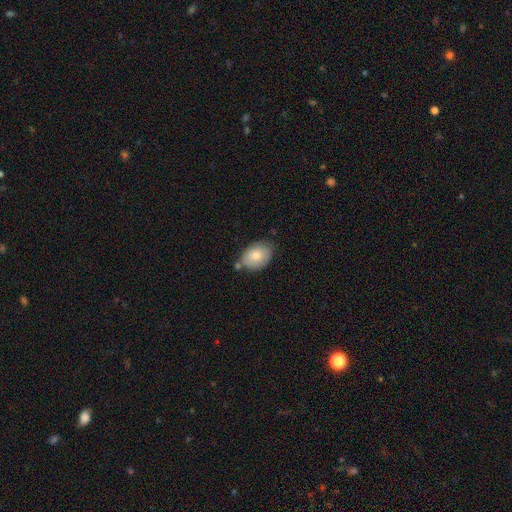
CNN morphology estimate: Overall: smooth (77%). How rounded: in between (77%). Merging: none (62%; minor disturbance 24%).